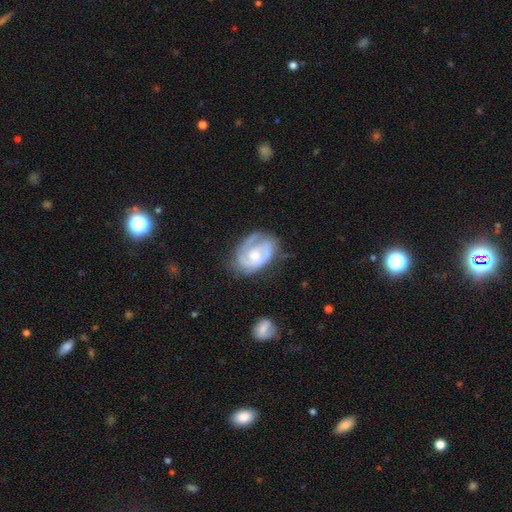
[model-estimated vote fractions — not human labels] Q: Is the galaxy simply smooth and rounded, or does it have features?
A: featured or disk — 80%.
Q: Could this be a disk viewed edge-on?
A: no — 97%.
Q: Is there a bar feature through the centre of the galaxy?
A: no — 67%.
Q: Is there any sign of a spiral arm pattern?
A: yes — 90%.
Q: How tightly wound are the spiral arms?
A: tight — 55%.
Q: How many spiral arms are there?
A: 2 — 43%.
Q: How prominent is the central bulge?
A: moderate — 52%.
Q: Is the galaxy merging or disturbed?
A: none — 56%.